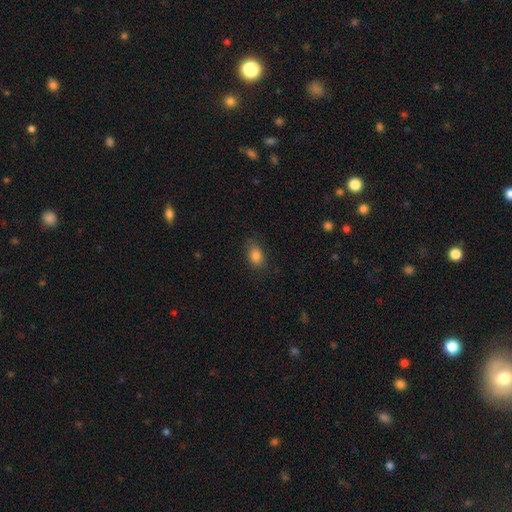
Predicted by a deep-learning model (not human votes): A smooth galaxy with no disk features (85%) that is in between round and cigar-shaped (83%). Merging: none (77%).